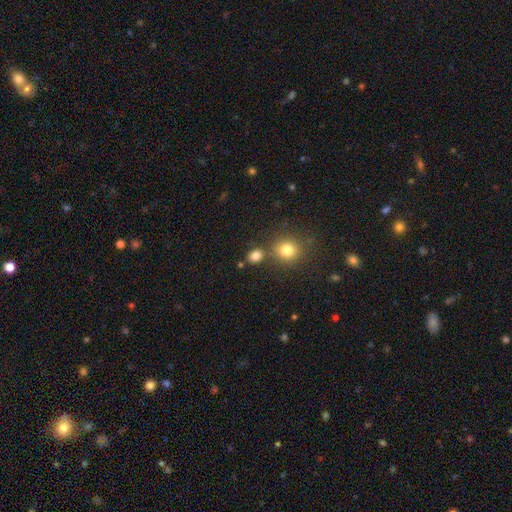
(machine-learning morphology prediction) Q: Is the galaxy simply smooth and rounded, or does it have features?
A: smooth — 80%.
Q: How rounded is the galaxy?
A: round — 54%.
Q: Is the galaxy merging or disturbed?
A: none — 72%.